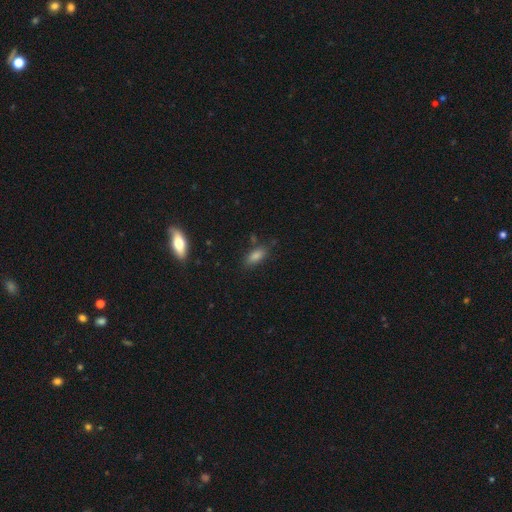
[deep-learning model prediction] Smooth or featured? Predicted: smooth (p=0.79). How rounded? Predicted: in between (p=0.79). Merging? Predicted: none (p=0.77).